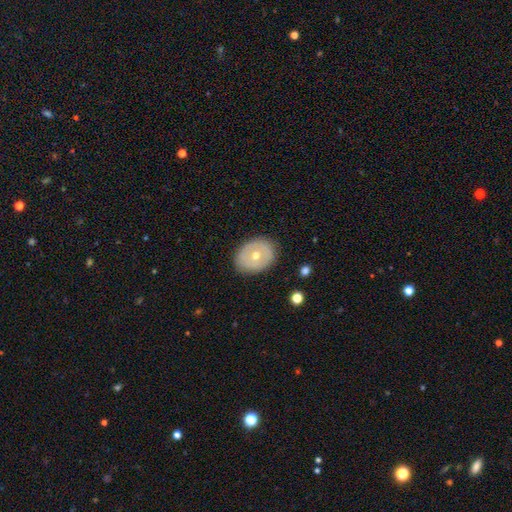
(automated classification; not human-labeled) This is possibly a smooth galaxy (48%). Merging: clearly none (87%).